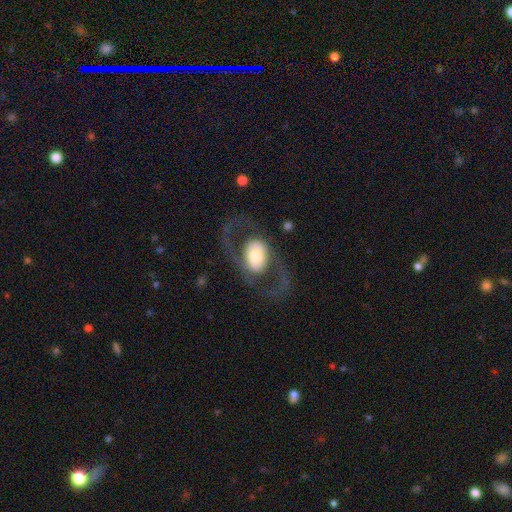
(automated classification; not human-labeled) This appears to be a featured or disk galaxy (68%) with no bar (64%), spiral arms (59%) and a moderate central bulge (52%). Merging: none (64%).